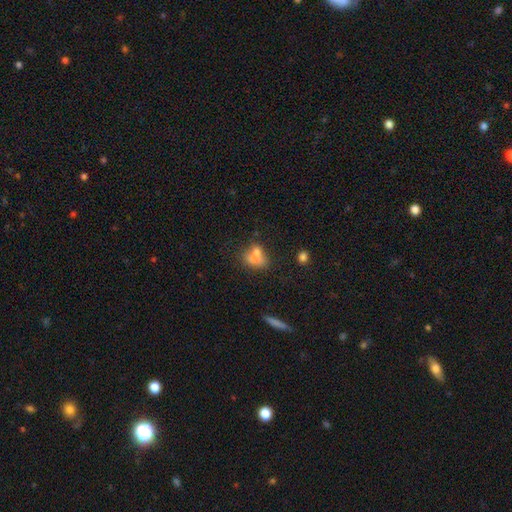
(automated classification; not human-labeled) Smooth or featured? Predicted: smooth (p=0.70). How rounded? Predicted: in between (p=0.64). Merging? Predicted: merger (p=0.40).